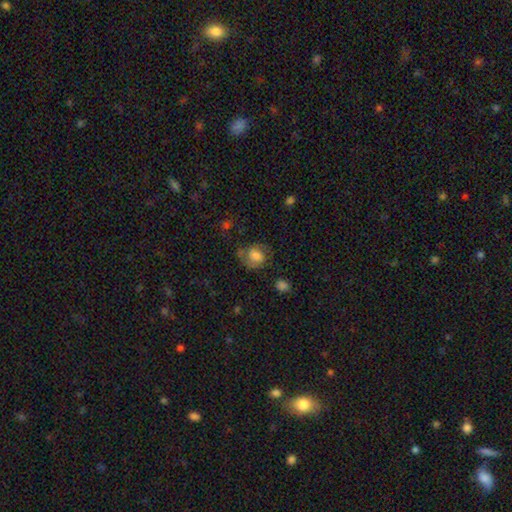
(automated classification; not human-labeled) A smooth galaxy with no disk features (55%) that is round (59%). Merging: none (52%).